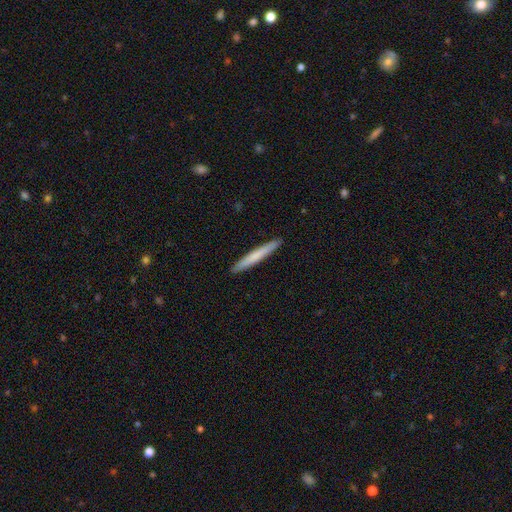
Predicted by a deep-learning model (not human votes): Smooth or featured?
  - smooth: 69% *
  - featured or disk: 26%
  - star or artifact: 5%
How rounded?
  - cigar-shaped: 97% *
  - in between: 2%
  - round: 1%
Merging?
  - none: 92% *
  - minor disturbance: 5%
  - major disturbance: 1%
  - merger: 1%